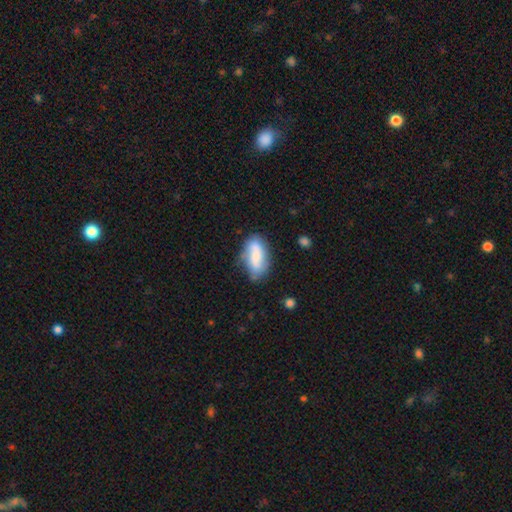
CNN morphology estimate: A smooth galaxy with no disk features (68%) that is in between round and cigar-shaped (88%).

Vote fractions:
- Smooth or featured? smooth: 68% / featured or disk: 25% / star or artifact: 7%
- How rounded? in between: 88% / cigar-shaped: 8% / round: 3%
- Merging? none: 58% / minor disturbance: 26% / major disturbance: 8% / merger: 8%